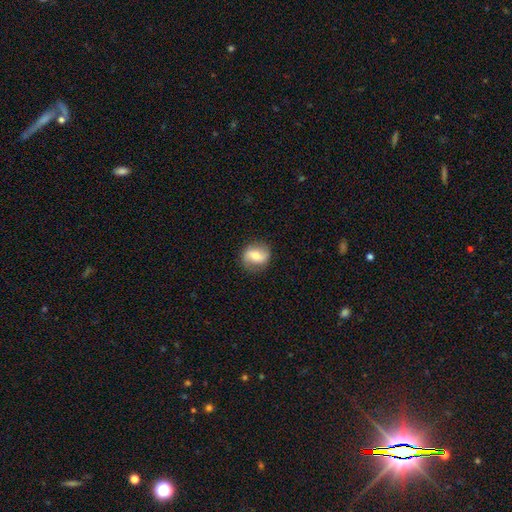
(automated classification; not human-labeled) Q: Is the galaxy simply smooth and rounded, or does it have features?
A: featured or disk — 50%.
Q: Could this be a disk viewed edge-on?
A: no — 95%.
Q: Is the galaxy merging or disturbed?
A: none — 83%.